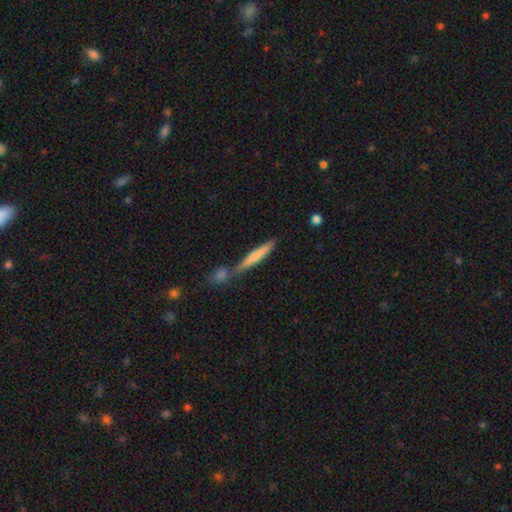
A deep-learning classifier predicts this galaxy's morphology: Smooth or featured? smooth (66%)
How rounded? cigar-shaped (92%)
Merging? none (60%)